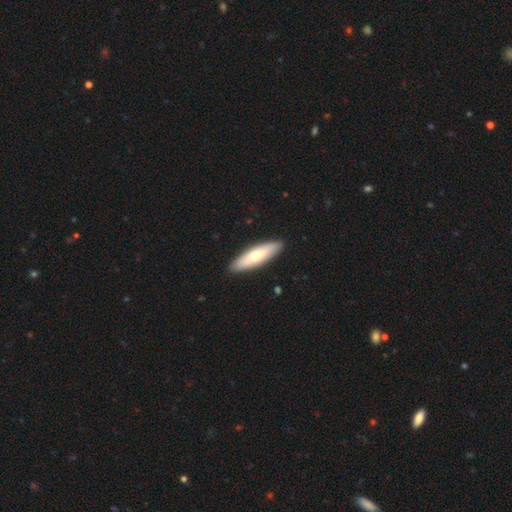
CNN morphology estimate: A smooth galaxy with no disk features (66%) that is cigar-shaped (64%). Merging: none (90%).